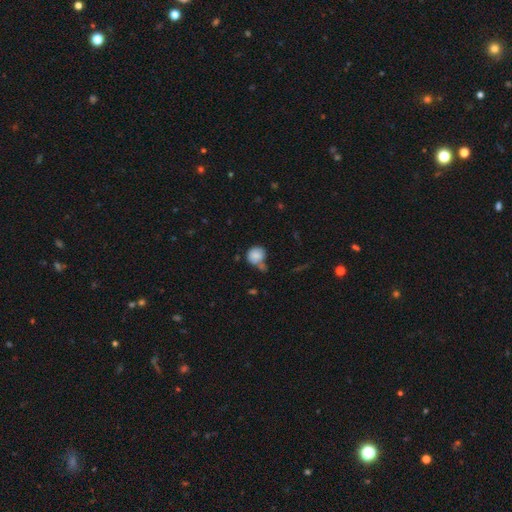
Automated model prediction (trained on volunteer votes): smooth_or_featured: smooth (p=0.84) [alt: star or artifact p=0.08]
how_rounded: round (p=0.81) [alt: in between p=0.18]
merging: none (p=0.44) [alt: minor disturbance p=0.23]